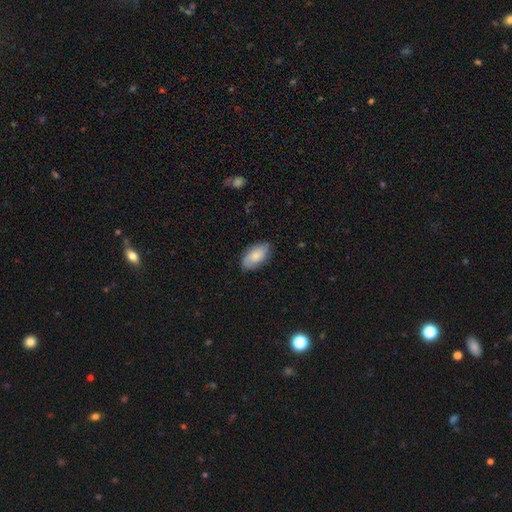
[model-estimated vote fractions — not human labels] Smooth or featured?
  - smooth: 69% *
  - featured or disk: 25%
  - star or artifact: 6%
How rounded?
  - in between: 93% *
  - round: 4%
  - cigar-shaped: 3%
Merging?
  - none: 79% *
  - minor disturbance: 17%
  - major disturbance: 3%
  - merger: 1%